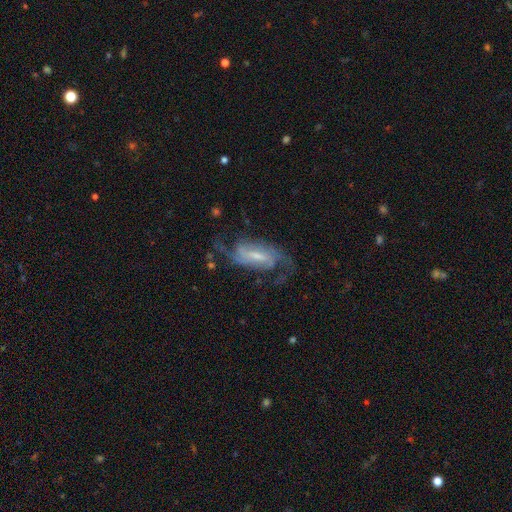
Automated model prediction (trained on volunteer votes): This appears to be a featured or disk galaxy (85%) with a weak bar (50%), 2 (72%) medium (49%) spiral arms (96%) and a small central bulge (47%). Merging: none (65%).